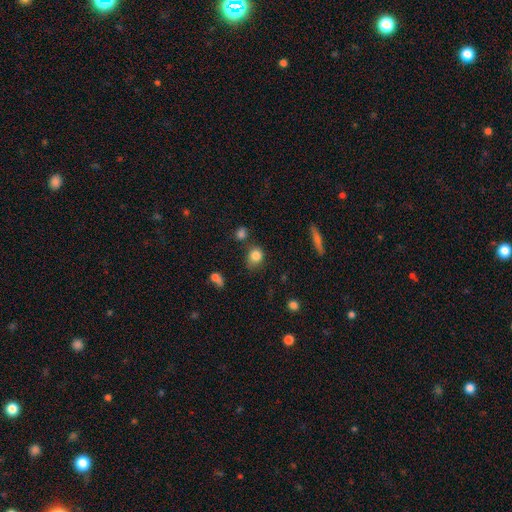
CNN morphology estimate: A smooth galaxy with no disk features (82%) that is round (68%).

Vote fractions:
- Smooth or featured? smooth: 82% / star or artifact: 11% / featured or disk: 7%
- How rounded? round: 68% / in between: 31% / cigar-shaped: 2%
- Merging? none: 67% / minor disturbance: 20% / merger: 8% / major disturbance: 6%